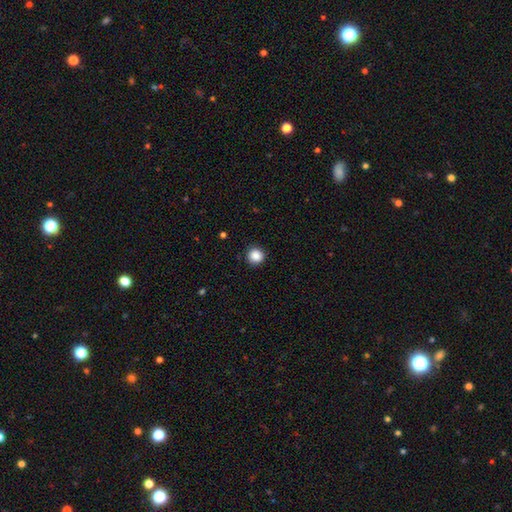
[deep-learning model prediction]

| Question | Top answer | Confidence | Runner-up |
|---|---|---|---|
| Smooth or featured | smooth | 87% | star or artifact (10%) |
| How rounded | round | 94% | in between (5%) |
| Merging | none | 92% | minor disturbance (6%) |